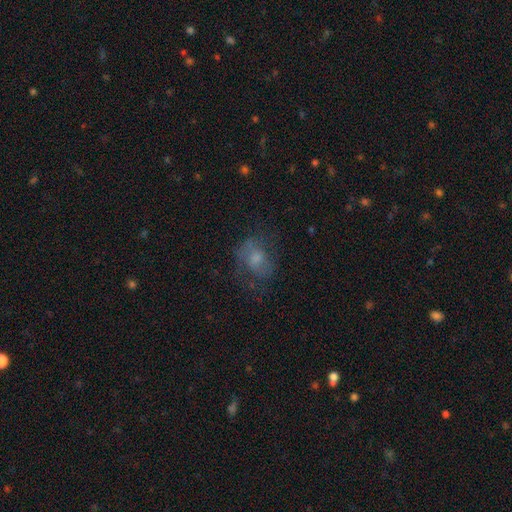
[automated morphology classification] Smooth or featured?
  - smooth: 47% *
  - featured or disk: 38%
  - star or artifact: 15%
Merging?
  - none: 54% *
  - minor disturbance: 22%
  - major disturbance: 22%
  - merger: 2%